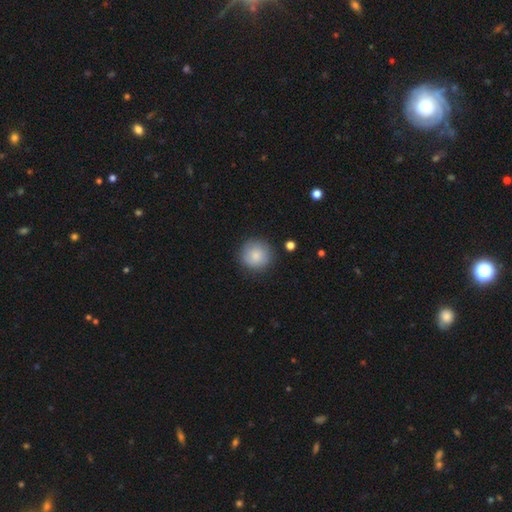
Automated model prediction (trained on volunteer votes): This appears to be a smooth galaxy with no disk features (83%) that is round (95%). Merging: none (86%).